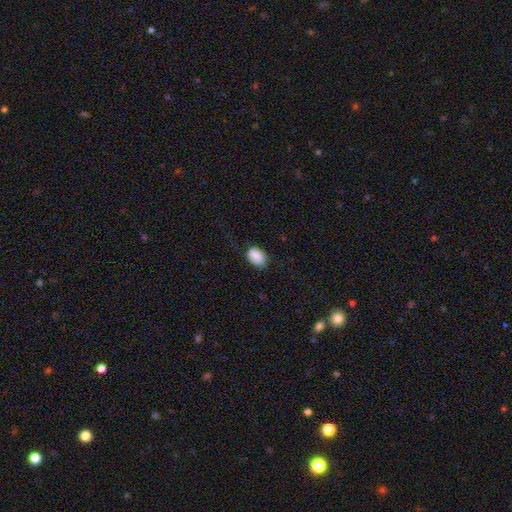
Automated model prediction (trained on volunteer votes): This appears to be a smooth galaxy with no disk features (84%) that is in between round and cigar-shaped (85%). Merging: none (70%).